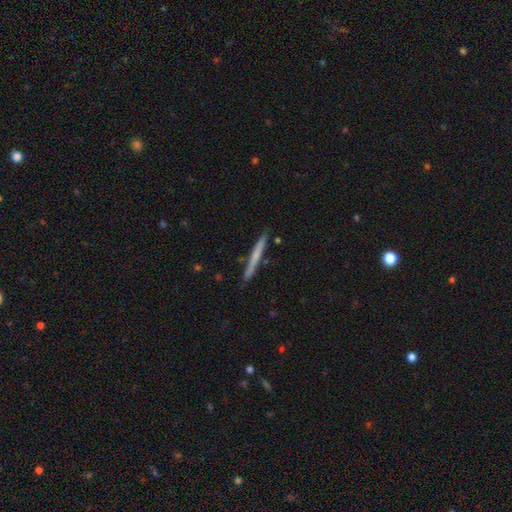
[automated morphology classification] A smooth galaxy with no disk features (52%) that is cigar-shaped (97%).

Vote fractions:
- Smooth or featured? smooth: 52% / featured or disk: 42% / star or artifact: 6%
- How rounded? cigar-shaped: 97% / in between: 2% / round: 1%
- Merging? none: 88% / minor disturbance: 8% / merger: 2% / major disturbance: 2%